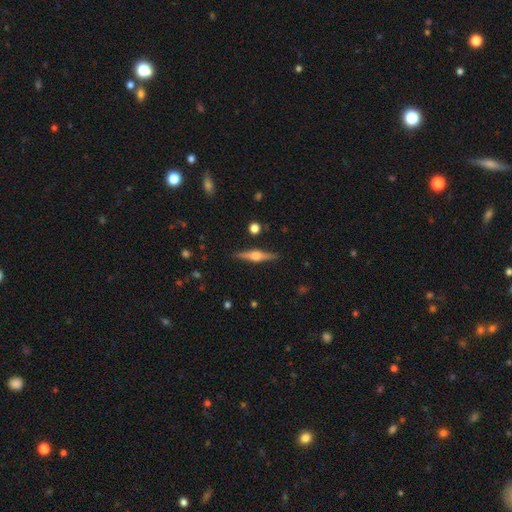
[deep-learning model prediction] Smooth or featured? featured or disk (74%)
Edge-on disk? yes (98%)
Edge-on bulge? rounded (92%)
Merging? none (90%)